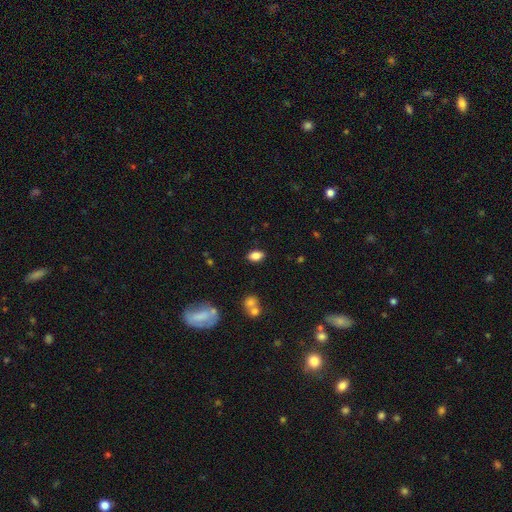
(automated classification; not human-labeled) Q: Smooth or featured?
A: smooth (84%); runner-up: star or artifact (9%)
Q: How rounded?
A: in between (90%); runner-up: round (7%)
Q: Merging?
A: none (87%); runner-up: minor disturbance (9%)